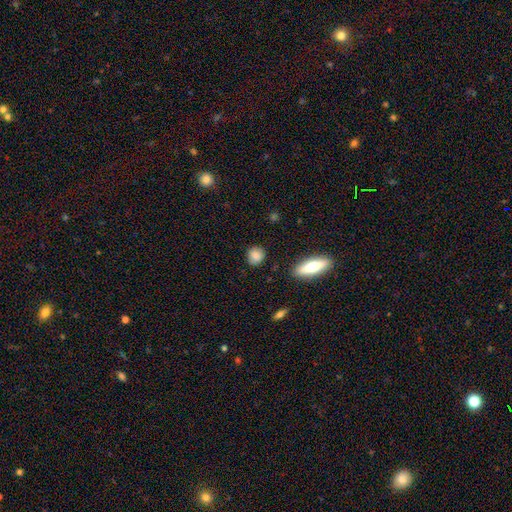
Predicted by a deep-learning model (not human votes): This is clearly a smooth galaxy (84%). How rounded: likely round (74%). Merging: clearly none (83%).